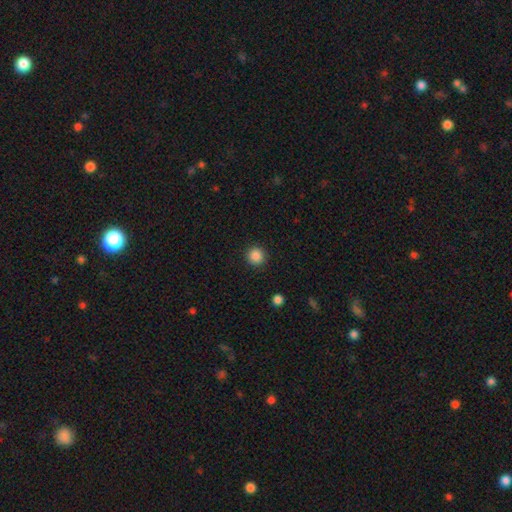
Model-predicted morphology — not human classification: smooth 86%, star or artifact 10%, featured or disk 3%. Down the decision tree: how rounded — round (94%); merging — none (92%).